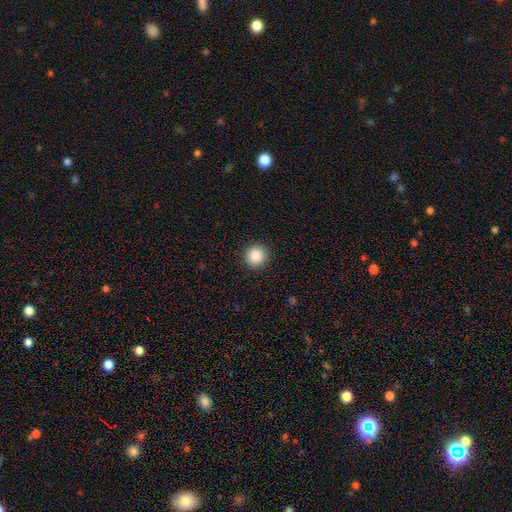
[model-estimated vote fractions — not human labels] smooth_or_featured: smooth (p=0.88) [alt: star or artifact p=0.09]
how_rounded: round (p=0.95) [alt: in between p=0.04]
merging: none (p=0.92) [alt: minor disturbance p=0.05]